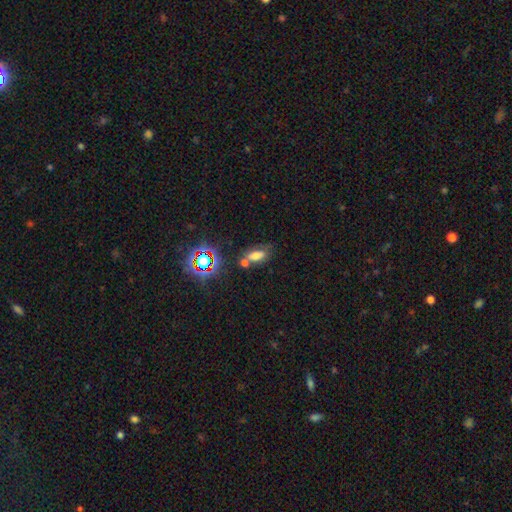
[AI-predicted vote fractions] Q: Smooth or featured?
A: smooth (56%); runner-up: star or artifact (27%)
Q: How rounded?
A: in between (81%); runner-up: cigar-shaped (10%)
Q: Merging?
A: none (48%); runner-up: merger (27%)